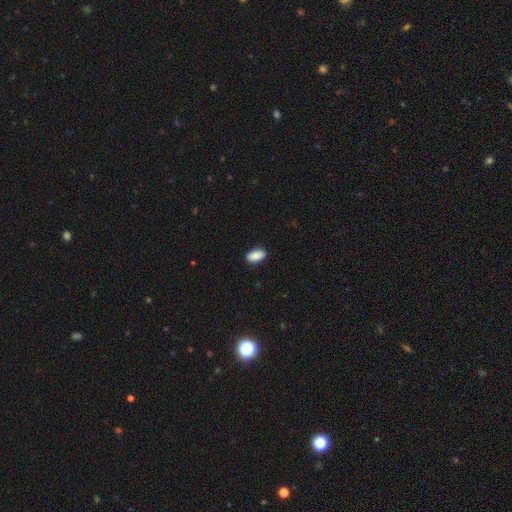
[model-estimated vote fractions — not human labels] Q: Smooth or featured?
A: smooth (91%); runner-up: star or artifact (7%)
Q: How rounded?
A: in between (92%); runner-up: cigar-shaped (5%)
Q: Merging?
A: none (89%); runner-up: minor disturbance (9%)